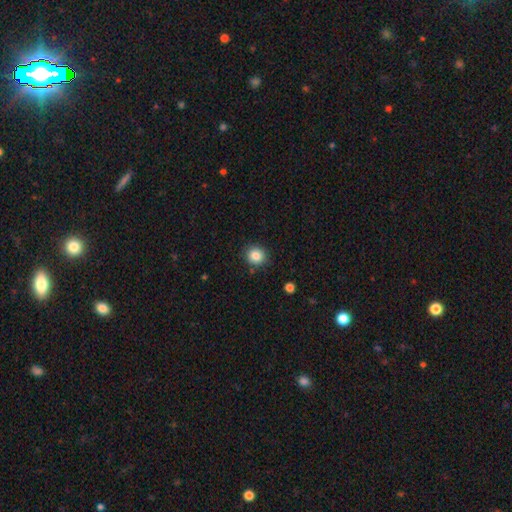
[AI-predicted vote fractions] smooth_or_featured: smooth (p=0.85) [alt: star or artifact p=0.10]
how_rounded: round (p=0.86) [alt: in between p=0.13]
merging: none (p=0.87) [alt: minor disturbance p=0.08]